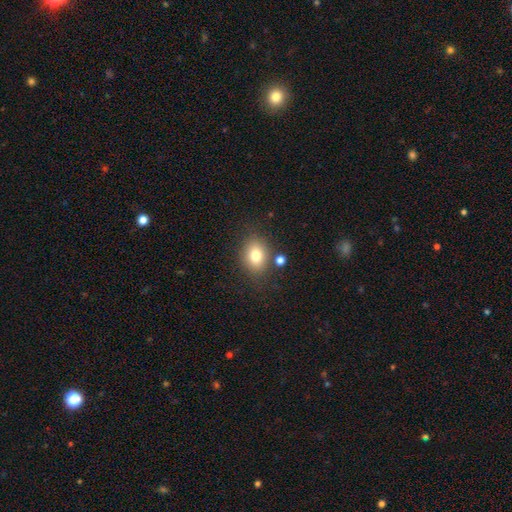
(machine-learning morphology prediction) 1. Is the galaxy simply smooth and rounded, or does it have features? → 78% smooth, 11% star or artifact, 11% featured or disk.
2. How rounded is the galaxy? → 60% in between, 39% round, 1% cigar-shaped.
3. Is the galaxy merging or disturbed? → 76% none, 13% minor disturbance, 7% merger, 4% major disturbance.